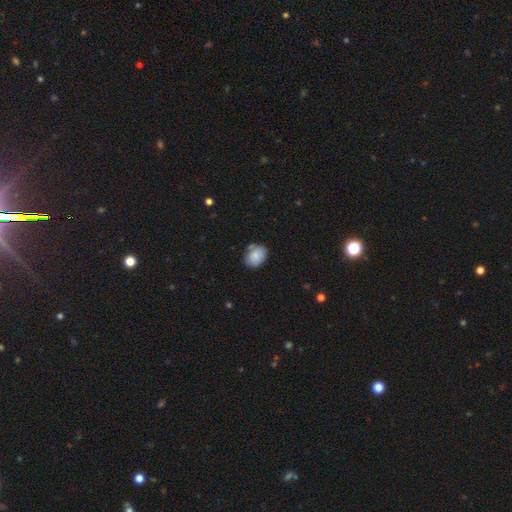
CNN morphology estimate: Smooth or featured? smooth (81%)
How rounded? in between (65%)
Merging? none (68%)